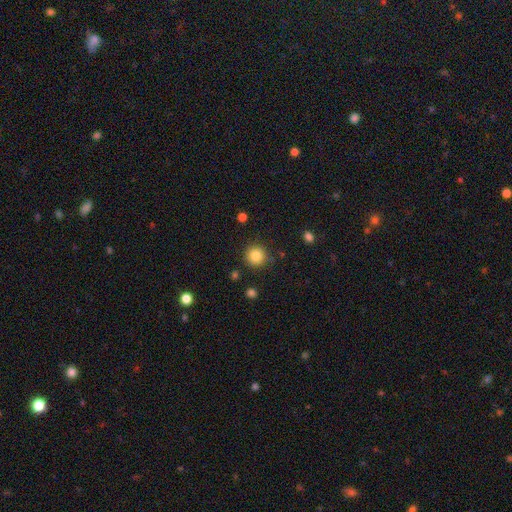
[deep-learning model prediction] Smooth or featured: smooth — 85% (star or artifact — 10%)
How rounded: round — 94% (in between — 5%)
Merging: none — 87% (minor disturbance — 8%)